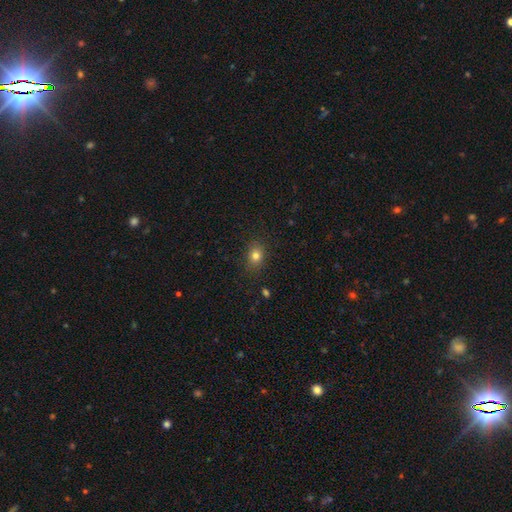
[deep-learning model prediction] Morphology: type=smooth (80%); roundness=in between (52%); merging=none (87%).